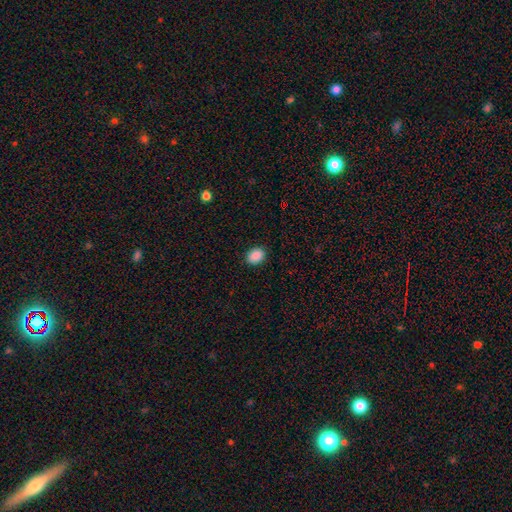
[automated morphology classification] Q: Smooth or featured?
A: smooth (89%); runner-up: star or artifact (8%)
Q: How rounded?
A: in between (67%); runner-up: round (32%)
Q: Merging?
A: none (89%); runner-up: minor disturbance (8%)